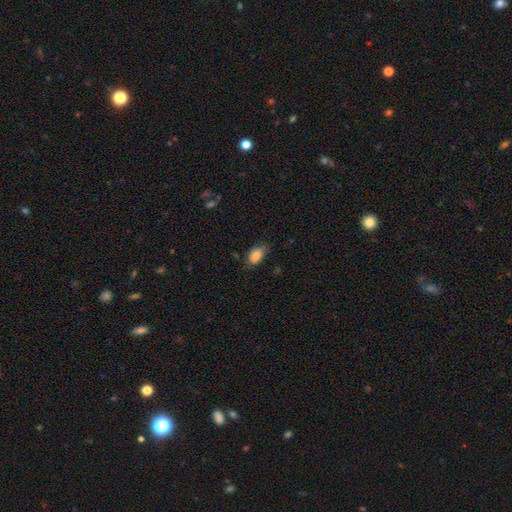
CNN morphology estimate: smooth 86%, star or artifact 7%, featured or disk 6%. Down the decision tree: how rounded — in between (91%); merging — none (70%).